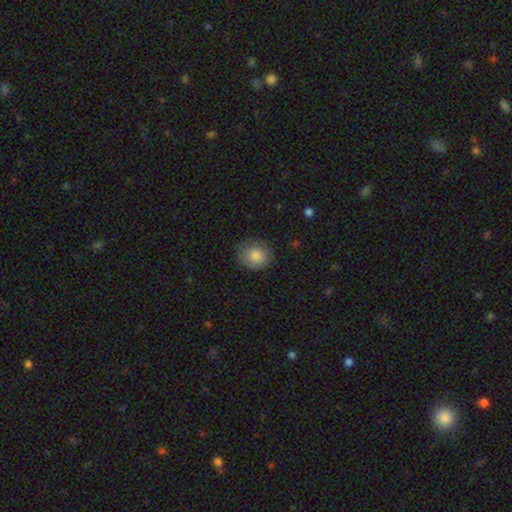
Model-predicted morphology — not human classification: A smooth galaxy with no disk features (83%) that is round (74%).

Vote fractions:
- Smooth or featured? smooth: 83% / featured or disk: 9% / star or artifact: 8%
- How rounded? round: 74% / in between: 25% / cigar-shaped: 1%
- Merging? none: 78% / minor disturbance: 17% / major disturbance: 4% / merger: 1%